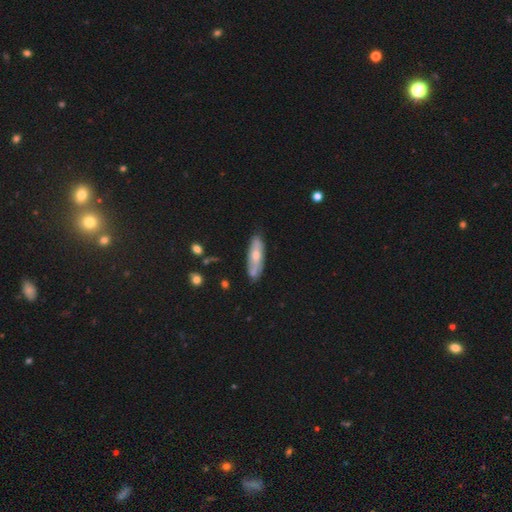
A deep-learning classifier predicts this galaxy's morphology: Smooth or featured?
  - smooth: 50% *
  - featured or disk: 44%
  - star or artifact: 6%
How rounded?
  - cigar-shaped: 50% *
  - in between: 48%
  - round: 2%
Merging?
  - none: 72% *
  - minor disturbance: 20%
  - merger: 4%
  - major disturbance: 4%